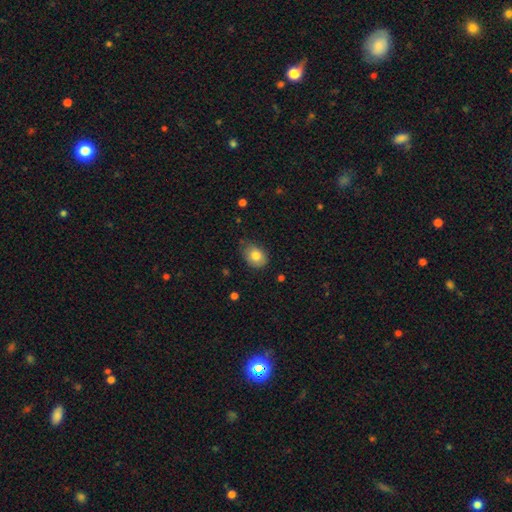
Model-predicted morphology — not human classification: Smooth or featured: smooth — 82% (featured or disk — 10%)
How rounded: in between — 70% (round — 29%)
Merging: none — 67% (minor disturbance — 27%)